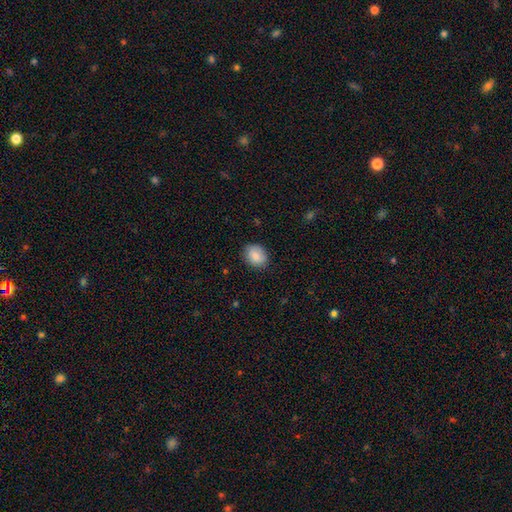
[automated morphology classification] smooth 85%, featured or disk 8%, star or artifact 8%. Down the decision tree: how rounded — round (53%); merging — none (85%).